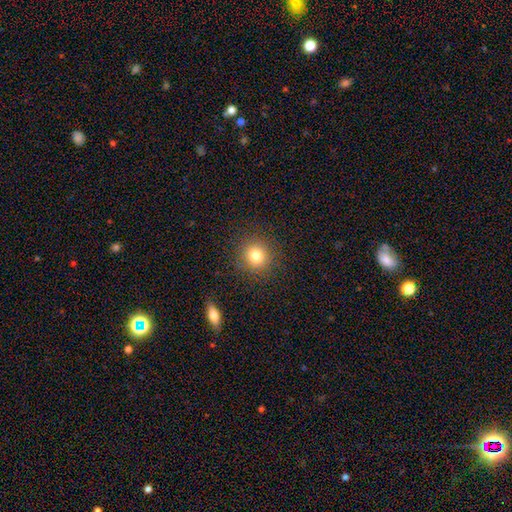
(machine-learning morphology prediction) smooth-or-featured: smooth: 79% | star or artifact: 13% | featured or disk: 8%
  how-rounded: round: 91% | in between: 9% | cigar-shaped: 1%
  merging: none: 89% | minor disturbance: 7% | major disturbance: 3% | merger: 1%